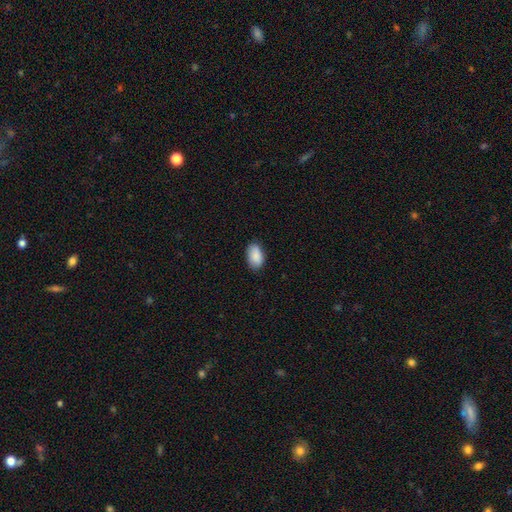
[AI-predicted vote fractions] smooth 89%, star or artifact 7%, featured or disk 4%. Down the decision tree: how rounded — in between (93%); merging — none (85%).